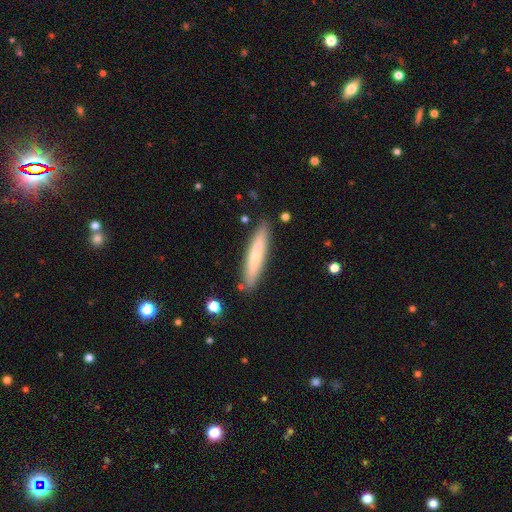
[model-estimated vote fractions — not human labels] Overall: smooth (63%; featured or disk 31%). How rounded: cigar-shaped (89%). Merging: none (87%).